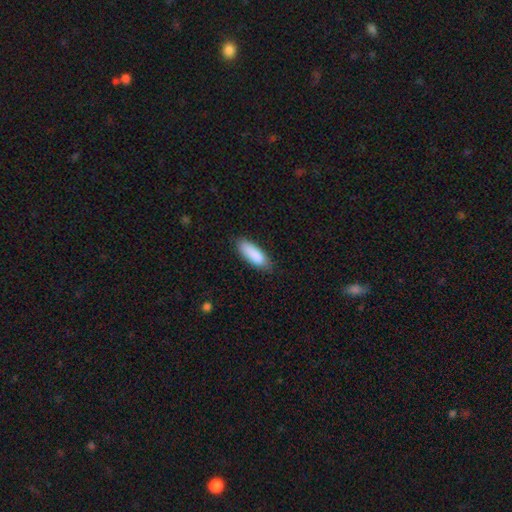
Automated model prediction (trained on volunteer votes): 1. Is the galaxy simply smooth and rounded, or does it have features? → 88% smooth, 6% featured or disk, 6% star or artifact.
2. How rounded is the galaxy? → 68% in between, 30% cigar-shaped, 2% round.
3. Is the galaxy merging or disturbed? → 79% none, 17% minor disturbance, 3% major disturbance, 1% merger.